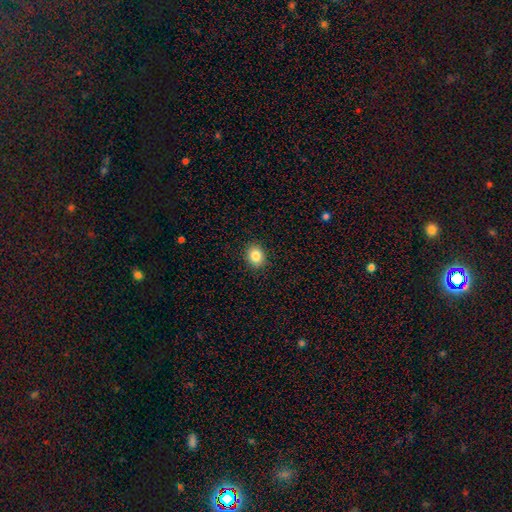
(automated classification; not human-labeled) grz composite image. It shows a smooth galaxy with no disk features (86%) that is round (55%). Merging: none (90%).